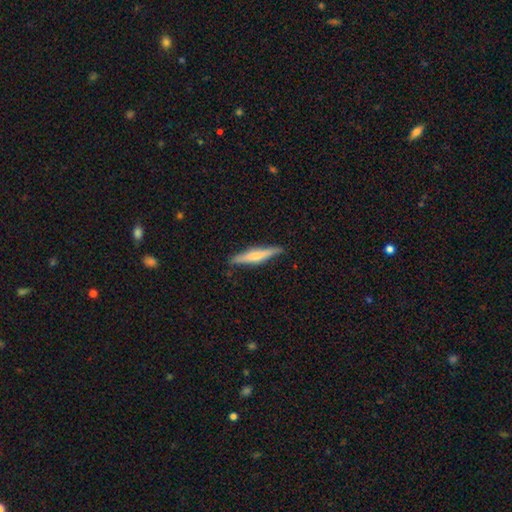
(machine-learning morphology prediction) Smooth or featured? smooth (50%)
Merging? none (85%)